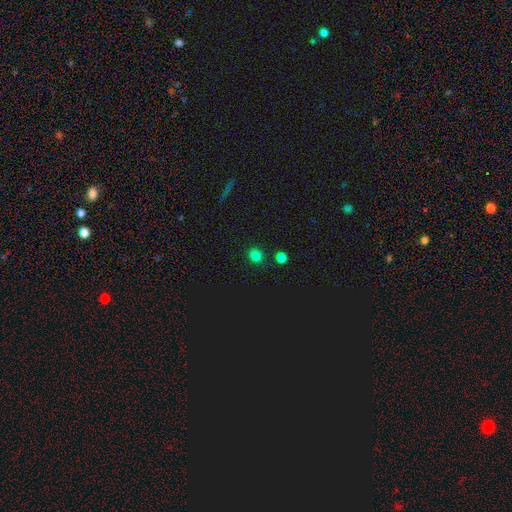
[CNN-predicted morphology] The model was most divided on "how rounded": round: 78%, in between: 21%, cigar-shaped: 1%. More confident: merging — none (84%); smooth or featured — smooth (79%).